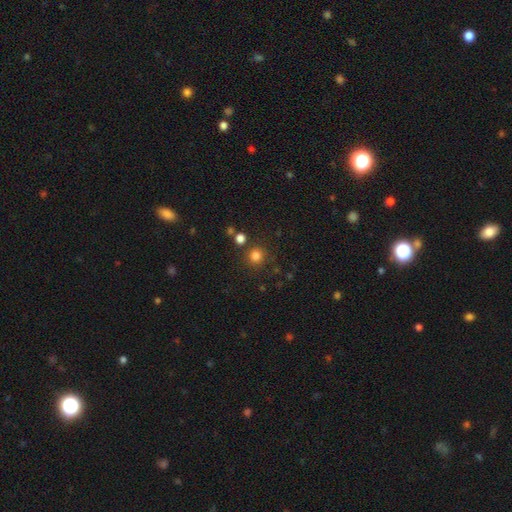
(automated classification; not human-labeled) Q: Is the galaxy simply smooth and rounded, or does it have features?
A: smooth — 80%.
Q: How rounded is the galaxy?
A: round — 92%.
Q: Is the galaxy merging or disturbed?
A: none — 82%.